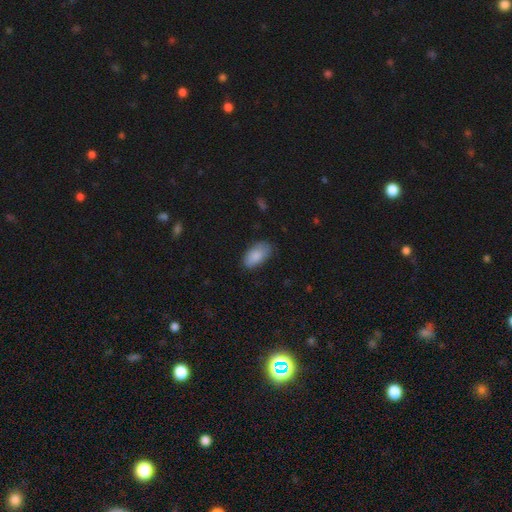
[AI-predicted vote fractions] A smooth galaxy with no disk features (86%) that is in between round and cigar-shaped (94%).

Vote fractions:
- Smooth or featured? smooth: 86% / featured or disk: 8% / star or artifact: 6%
- How rounded? in between: 94% / cigar-shaped: 3% / round: 3%
- Merging? none: 77% / minor disturbance: 19% / major disturbance: 3% / merger: 1%